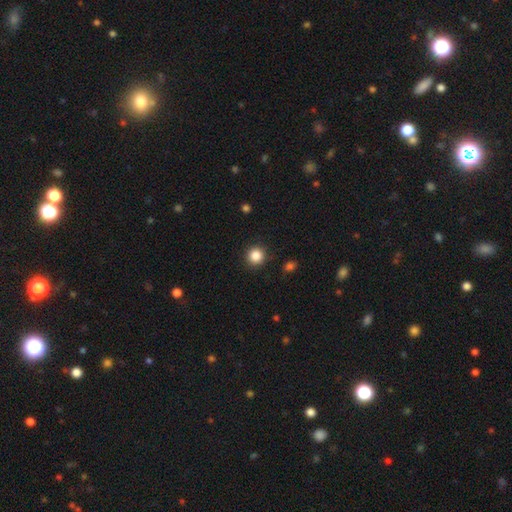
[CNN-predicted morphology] smooth_or_featured: smooth (p=0.86) [alt: star or artifact p=0.10]
how_rounded: round (p=0.95) [alt: in between p=0.05]
merging: none (p=0.91) [alt: minor disturbance p=0.06]